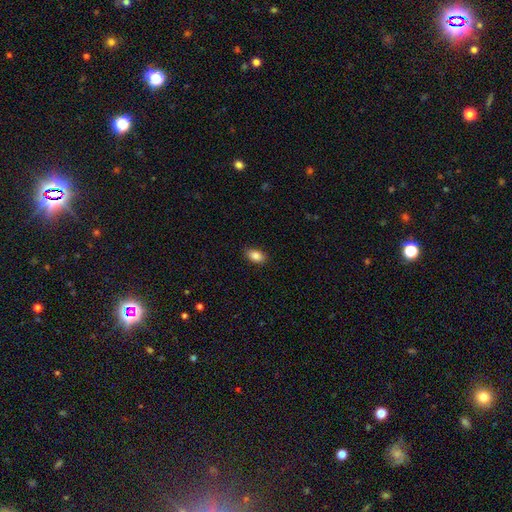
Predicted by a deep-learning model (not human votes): The model was most divided on "merging": none: 85%, minor disturbance: 12%, major disturbance: 2%, merger: 1%. More confident: how rounded — in between (90%); smooth or featured — smooth (86%).